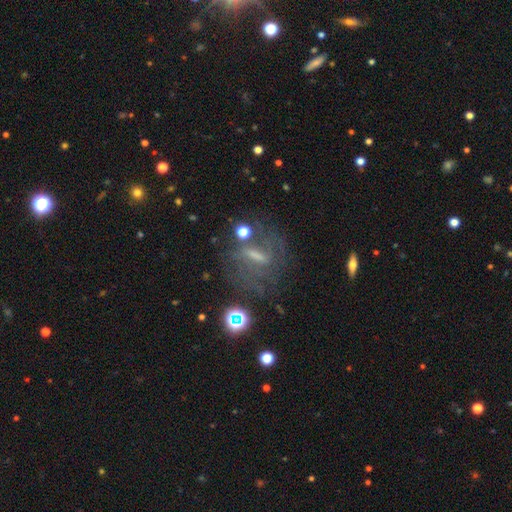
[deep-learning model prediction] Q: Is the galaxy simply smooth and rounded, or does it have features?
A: featured or disk — 61%.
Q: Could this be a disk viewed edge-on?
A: no — 81%.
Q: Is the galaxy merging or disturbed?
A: none — 63%.